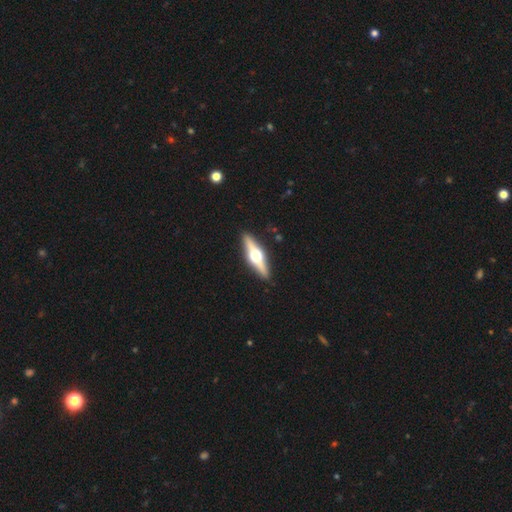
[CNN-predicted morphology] Smooth or featured? Predicted: featured or disk (p=0.77). Edge-on disk? Predicted: yes (p=0.97). Edge-on bulge? Predicted: rounded (p=0.96). Merging? Predicted: none (p=0.92).